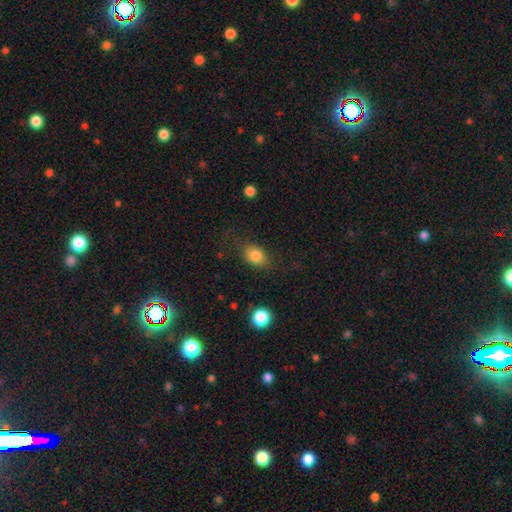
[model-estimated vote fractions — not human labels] Q: Smooth or featured?
A: smooth (82%); runner-up: star or artifact (9%)
Q: How rounded?
A: in between (70%); runner-up: round (29%)
Q: Merging?
A: none (76%); runner-up: minor disturbance (15%)